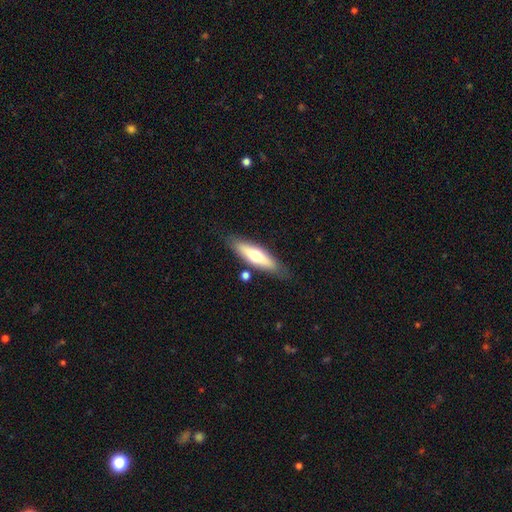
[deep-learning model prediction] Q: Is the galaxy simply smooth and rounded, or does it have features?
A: smooth — 54%.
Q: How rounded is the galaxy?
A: cigar-shaped — 67%.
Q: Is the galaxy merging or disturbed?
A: none — 79%.